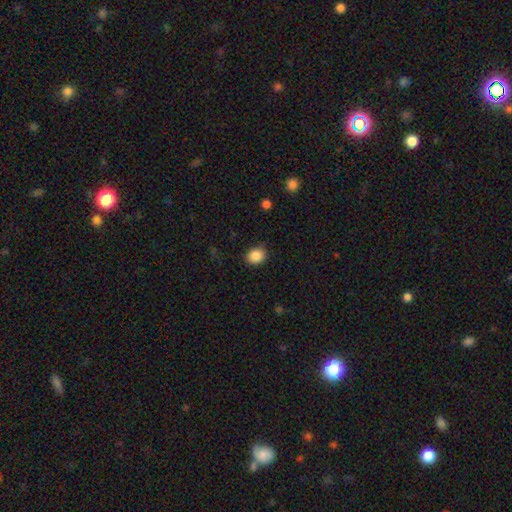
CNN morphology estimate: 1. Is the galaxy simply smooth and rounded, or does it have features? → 87% smooth, 9% star or artifact, 4% featured or disk.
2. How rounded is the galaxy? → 63% round, 36% in between, 1% cigar-shaped.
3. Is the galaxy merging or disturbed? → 84% none, 12% minor disturbance, 3% major disturbance, 1% merger.